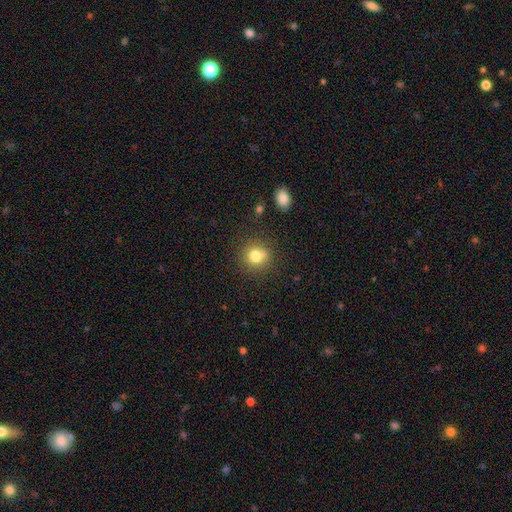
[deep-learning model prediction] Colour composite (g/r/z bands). It shows a smooth galaxy with no disk features (77%) that is round (87%). Merging: none (73%).